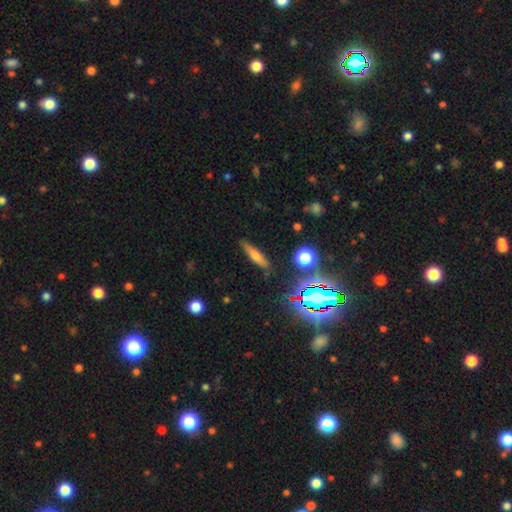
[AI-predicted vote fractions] This appears to be a smooth galaxy with no disk features (53%) that is cigar-shaped (76%). Merging: none (85%).